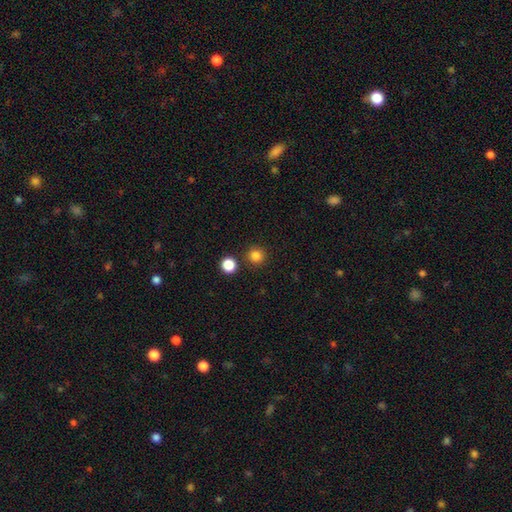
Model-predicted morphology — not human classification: type=smooth (83%); roundness=round (95%); merging=none (88%).